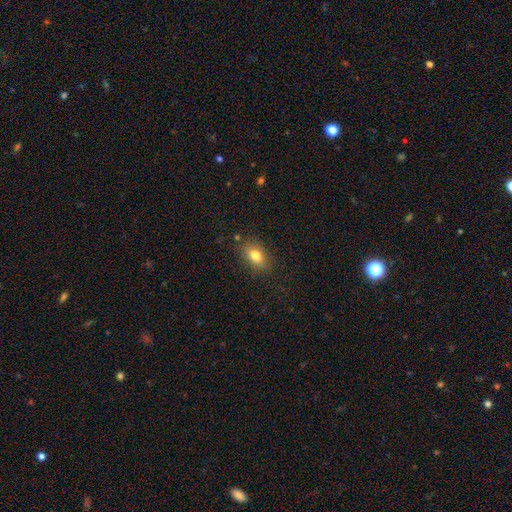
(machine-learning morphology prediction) Smooth or featured? Predicted: smooth (p=0.78). How rounded? Predicted: in between (p=0.81). Merging? Predicted: none (p=0.82).